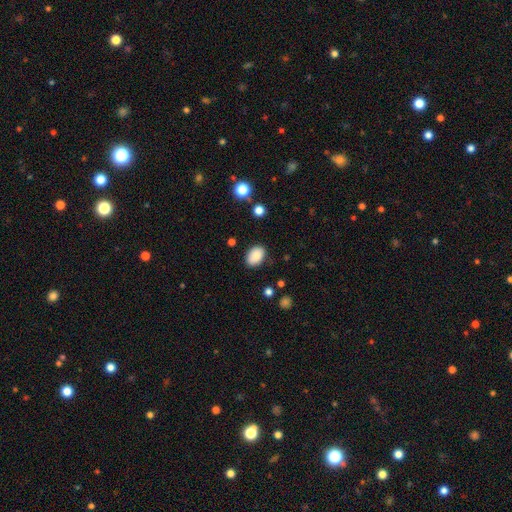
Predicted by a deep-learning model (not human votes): A smooth galaxy with no disk features (87%) that is in between round and cigar-shaped (84%). Merging: none (83%).